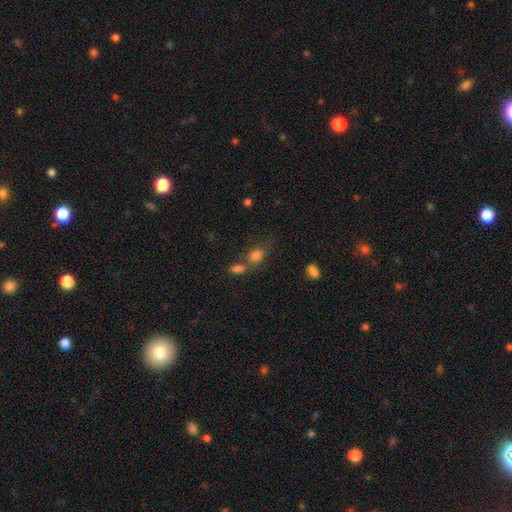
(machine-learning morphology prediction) Smooth or featured? Predicted: smooth (p=0.77). How rounded? Predicted: in between (p=0.62). Merging? Predicted: merger (p=0.41).